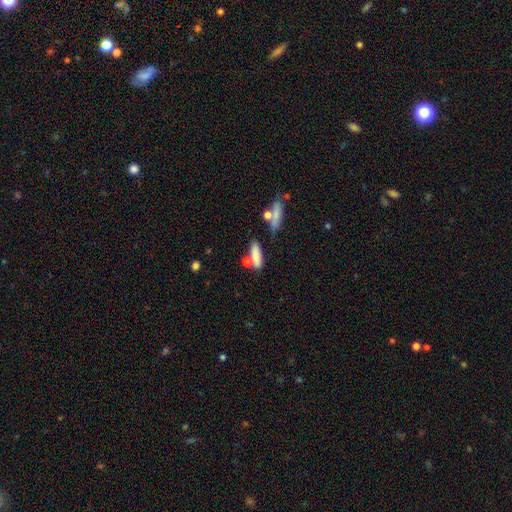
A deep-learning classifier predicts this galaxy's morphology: Smooth or featured: smooth — 79% (featured or disk — 12%)
How rounded: cigar-shaped — 54% (in between — 42%)
Merging: none — 53% (merger — 26%)